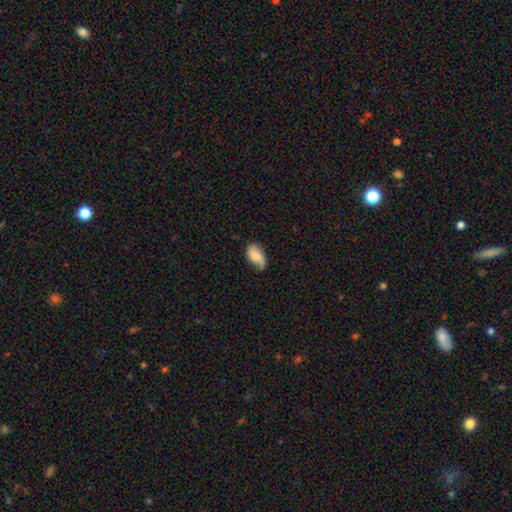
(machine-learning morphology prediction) A smooth galaxy with no disk features (73%) that is in between round and cigar-shaped (93%).

Vote fractions:
- Smooth or featured? smooth: 73% / featured or disk: 19% / star or artifact: 7%
- How rounded? in between: 93% / round: 4% / cigar-shaped: 3%
- Merging? none: 56% / minor disturbance: 34% / major disturbance: 8% / merger: 2%